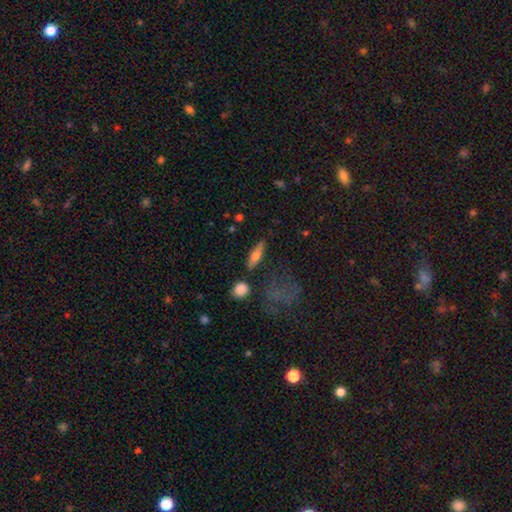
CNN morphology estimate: A smooth galaxy with no disk features (62%) that is cigar-shaped (53%).

Vote fractions:
- Smooth or featured? smooth: 62% / featured or disk: 30% / star or artifact: 7%
- How rounded? cigar-shaped: 53% / in between: 42% / round: 5%
- Merging? none: 77% / minor disturbance: 14% / major disturbance: 5% / merger: 4%